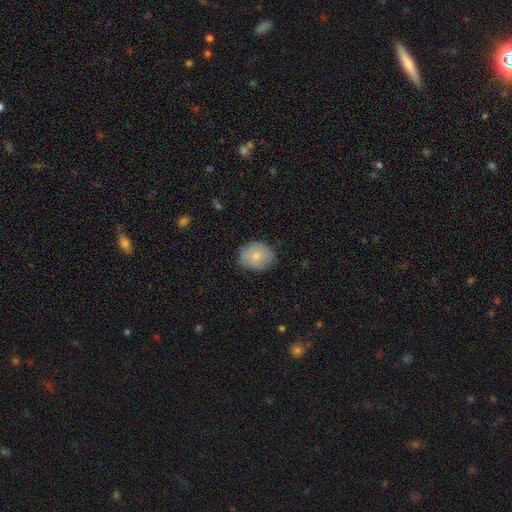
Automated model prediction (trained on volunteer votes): smooth-or-featured: smooth: 77% | featured or disk: 16% | star or artifact: 7%
  how-rounded: round: 58% | in between: 41% | cigar-shaped: 1%
  merging: none: 77% | minor disturbance: 18% | major disturbance: 4% | merger: 1%